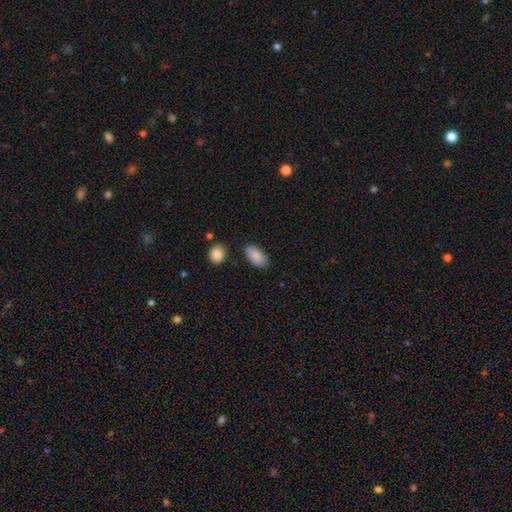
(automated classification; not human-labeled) This is clearly a smooth galaxy (88%). How rounded: clearly in between (94%). Merging: clearly none (82%).